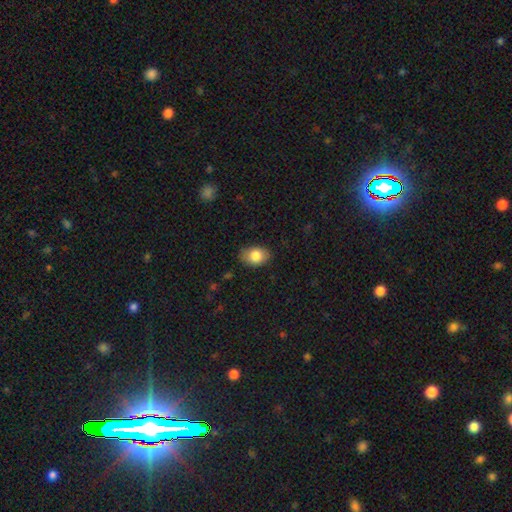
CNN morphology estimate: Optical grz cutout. It shows a smooth galaxy with no disk features (83%) that is in between round and cigar-shaped (79%). Merging: none (80%).